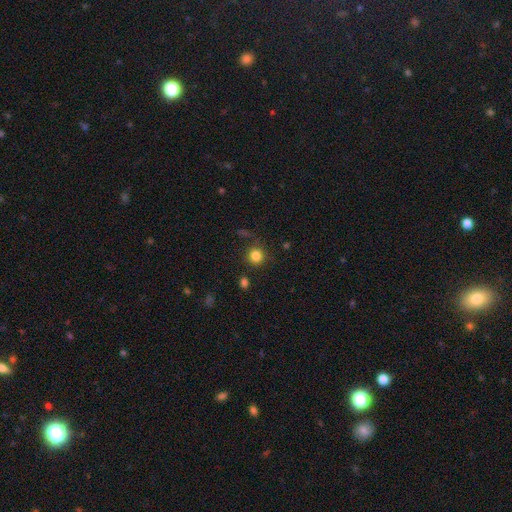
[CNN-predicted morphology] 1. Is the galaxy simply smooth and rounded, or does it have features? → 83% smooth, 12% star or artifact, 5% featured or disk.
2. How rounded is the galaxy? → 92% round, 7% in between, 1% cigar-shaped.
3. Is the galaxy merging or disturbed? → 83% none, 10% minor disturbance, 4% major disturbance, 3% merger.